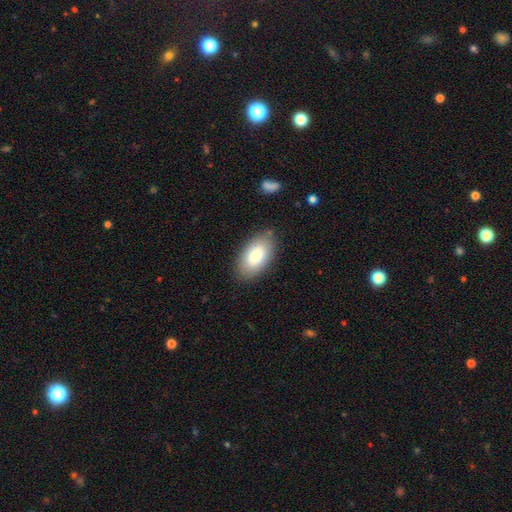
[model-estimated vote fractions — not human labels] The model was most divided on "merging": none: 83%, minor disturbance: 12%, major disturbance: 3%, merger: 2%. More confident: how rounded — in between (95%); smooth or featured — smooth (85%).